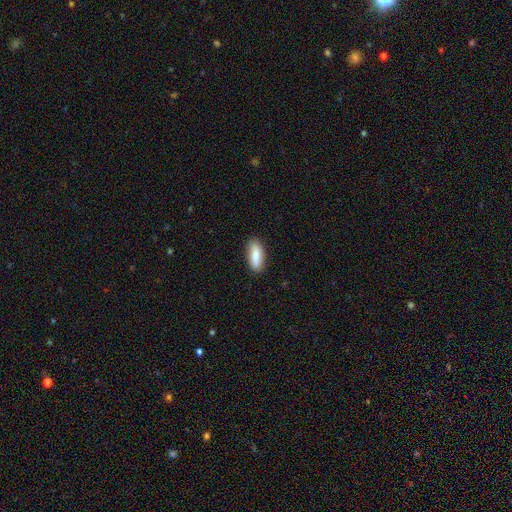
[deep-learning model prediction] Smooth or featured?
  - smooth: 80% *
  - featured or disk: 14%
  - star or artifact: 6%
How rounded?
  - in between: 73% *
  - cigar-shaped: 25%
  - round: 2%
Merging?
  - none: 87% *
  - minor disturbance: 10%
  - major disturbance: 2%
  - merger: 1%